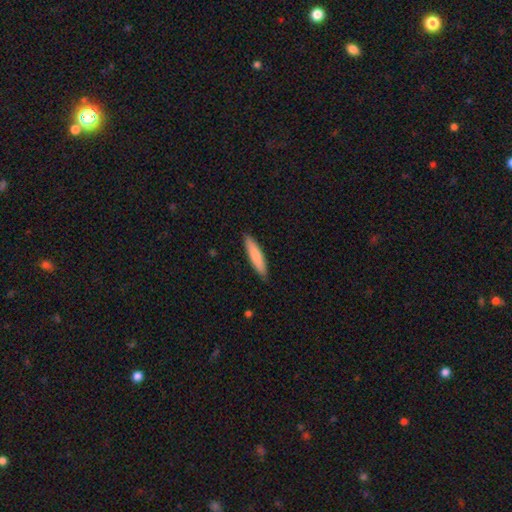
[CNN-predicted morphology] A smooth galaxy with no disk features (80%) that is cigar-shaped (84%). Merging: none (89%).